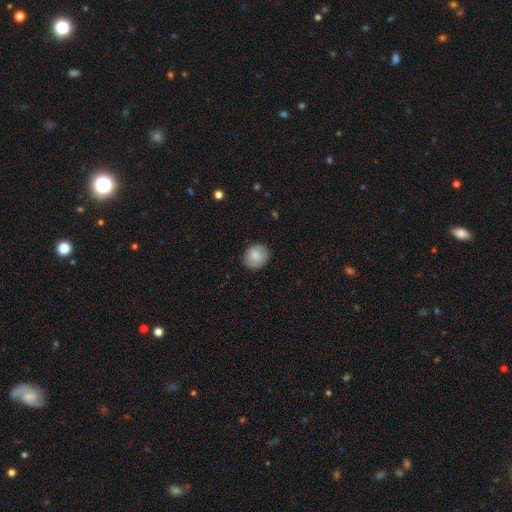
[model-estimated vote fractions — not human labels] Smooth or featured?
  - smooth: 85% *
  - featured or disk: 8%
  - star or artifact: 7%
How rounded?
  - round: 74% *
  - in between: 25%
  - cigar-shaped: 1%
Merging?
  - none: 85% *
  - minor disturbance: 11%
  - major disturbance: 3%
  - merger: 1%